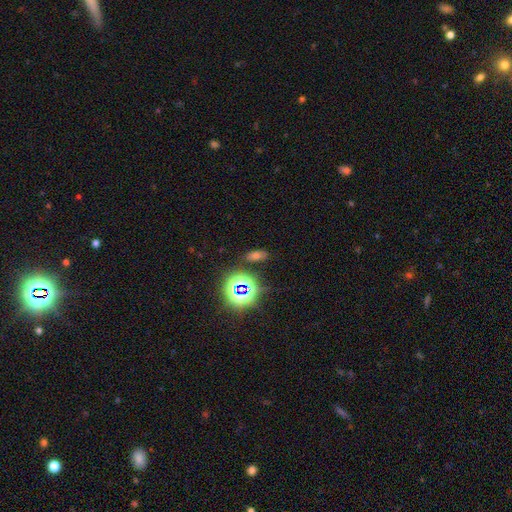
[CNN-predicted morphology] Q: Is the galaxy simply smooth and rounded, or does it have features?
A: star or artifact — 45%.